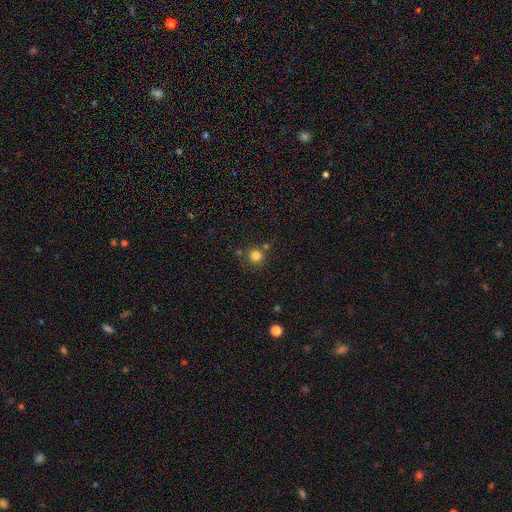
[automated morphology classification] A smooth galaxy with no disk features (81%) that is round (94%).

Vote fractions:
- Smooth or featured? smooth: 81% / star or artifact: 13% / featured or disk: 6%
- How rounded? round: 94% / in between: 5% / cigar-shaped: 1%
- Merging? none: 76% / merger: 11% / minor disturbance: 9% / major disturbance: 3%